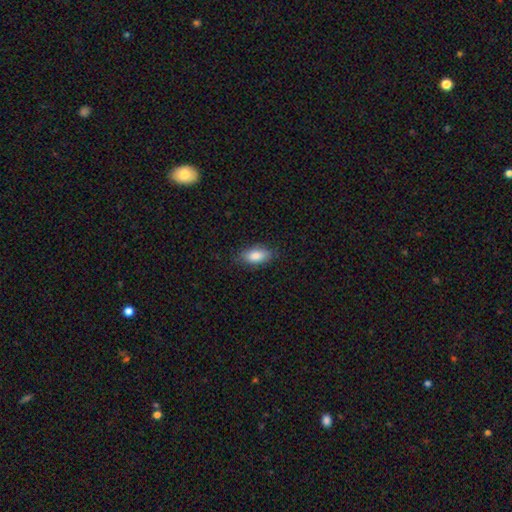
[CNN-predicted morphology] Q: Smooth or featured?
A: smooth (85%); runner-up: featured or disk (8%)
Q: How rounded?
A: in between (88%); runner-up: cigar-shaped (8%)
Q: Merging?
A: none (82%); runner-up: minor disturbance (14%)